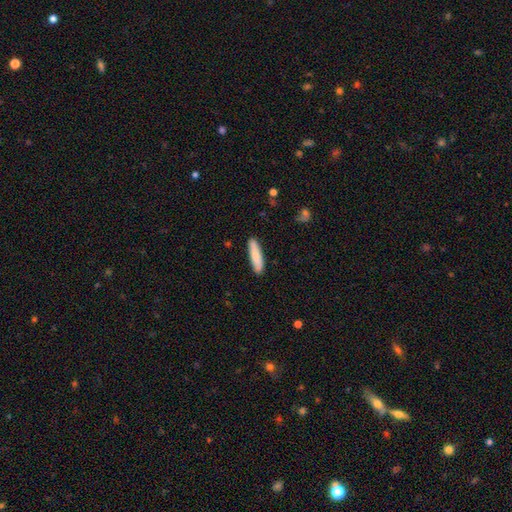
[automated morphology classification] smooth-or-featured: smooth: 85% | featured or disk: 10% | star or artifact: 5%
  how-rounded: cigar-shaped: 79% | in between: 20% | round: 1%
  merging: none: 89% | minor disturbance: 8% | major disturbance: 2% | merger: 1%